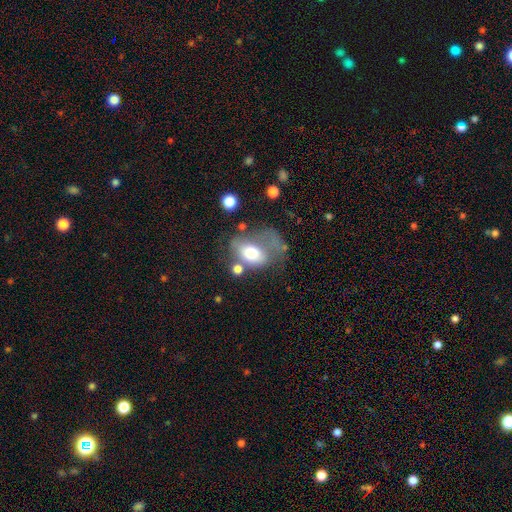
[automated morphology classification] A smooth galaxy with no disk features (57%) that is in between round and cigar-shaped (78%).

Vote fractions:
- Smooth or featured? smooth: 57% / featured or disk: 33% / star or artifact: 10%
- How rounded? in between: 78% / round: 20% / cigar-shaped: 2%
- Merging? major disturbance: 42% / none: 23% / minor disturbance: 21% / merger: 14%